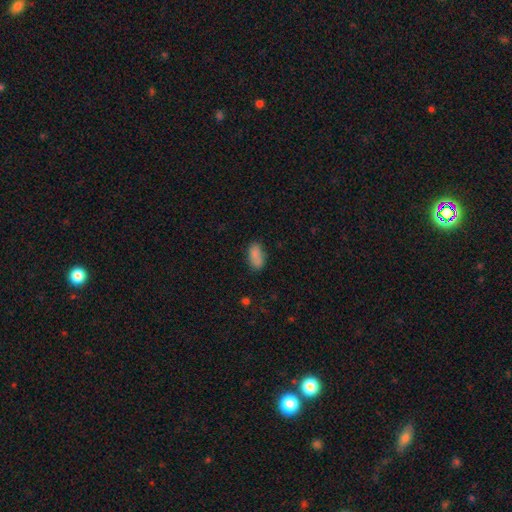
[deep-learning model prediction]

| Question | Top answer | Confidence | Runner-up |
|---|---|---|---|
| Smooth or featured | smooth | 83% | star or artifact (9%) |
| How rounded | in between | 90% | cigar-shaped (6%) |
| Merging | none | 67% | minor disturbance (20%) |